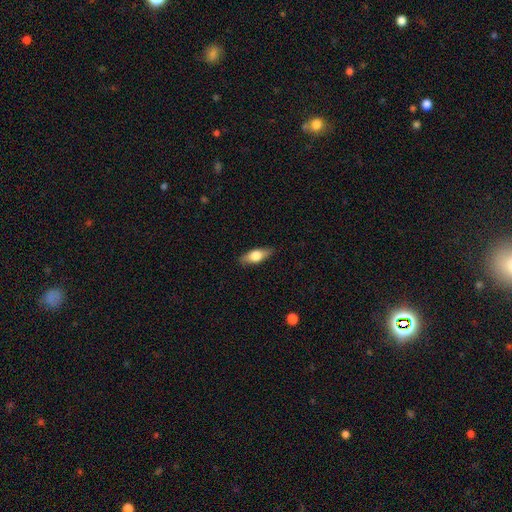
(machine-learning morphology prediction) Smooth or featured: smooth — 64% (featured or disk — 29%)
How rounded: in between — 72% (cigar-shaped — 24%)
Merging: none — 86% (minor disturbance — 10%)